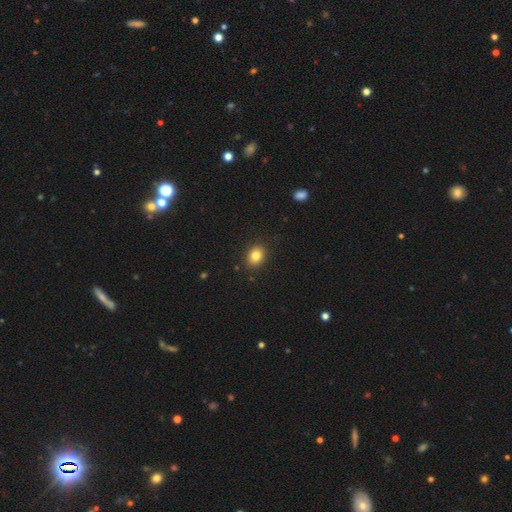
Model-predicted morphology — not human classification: The model was most divided on "how rounded": in between: 51%, round: 48%, cigar-shaped: 1%. More confident: merging — none (89%); smooth or featured — smooth (83%).